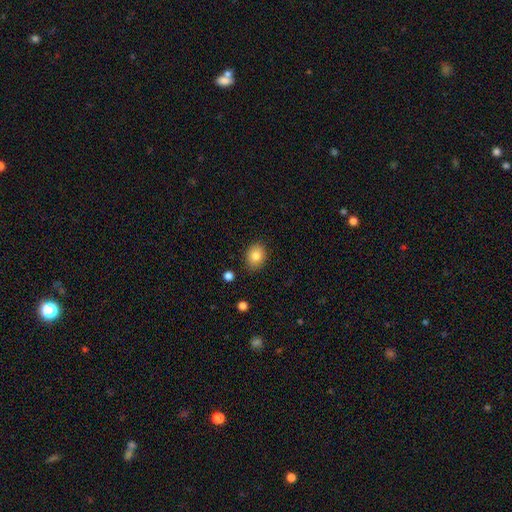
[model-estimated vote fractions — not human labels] Morphology: type=smooth (83%); roundness=in between (56%); merging=none (86%).